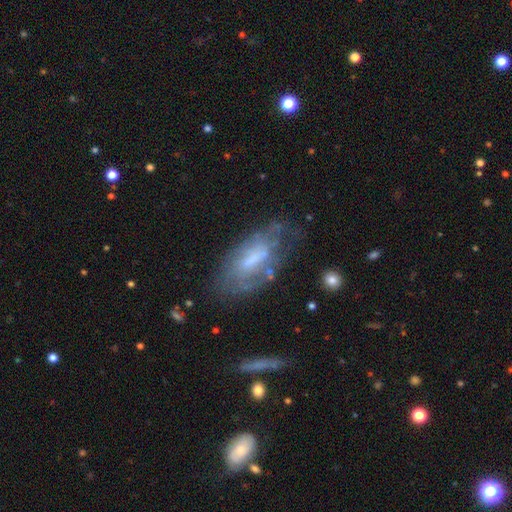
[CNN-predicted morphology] A featured or disk galaxy (54%). Merging: none (57%).